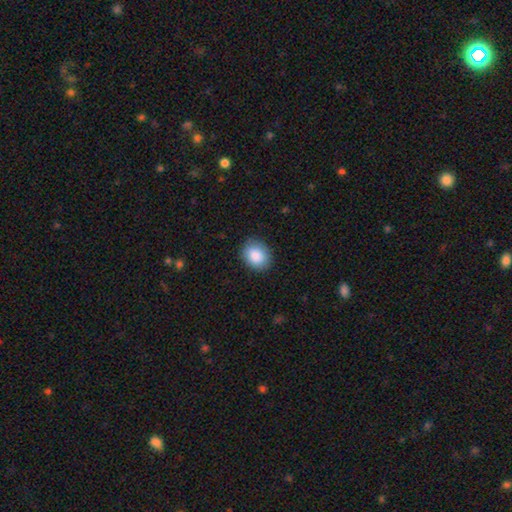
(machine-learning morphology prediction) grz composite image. It shows a smooth galaxy with no disk features (89%) that is in between round and cigar-shaped (55%). Merging: none (86%).